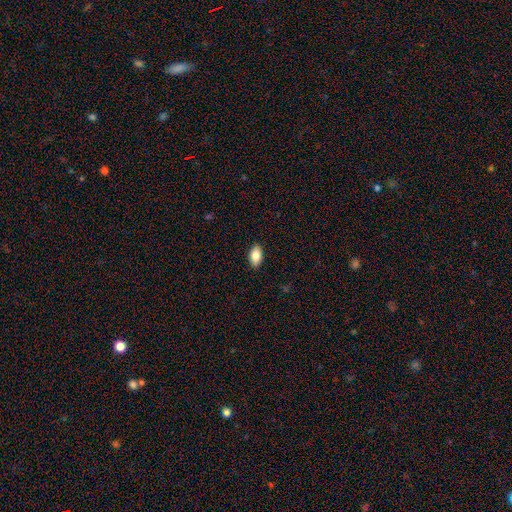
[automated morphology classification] type=smooth (85%); roundness=in between (93%); merging=none (89%).